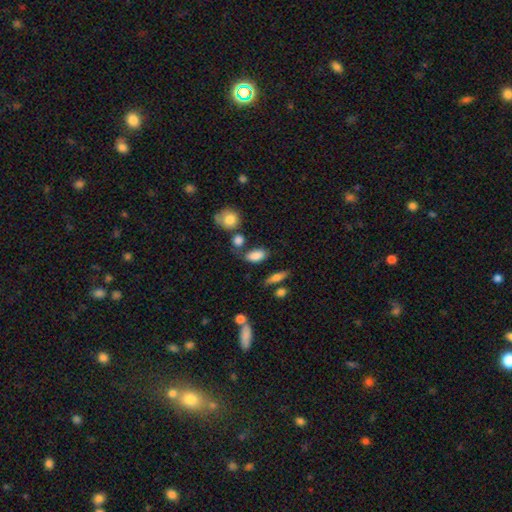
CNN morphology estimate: Q: Smooth or featured?
A: smooth (82%); runner-up: featured or disk (9%)
Q: How rounded?
A: in between (87%); runner-up: cigar-shaped (6%)
Q: Merging?
A: none (68%); runner-up: minor disturbance (17%)